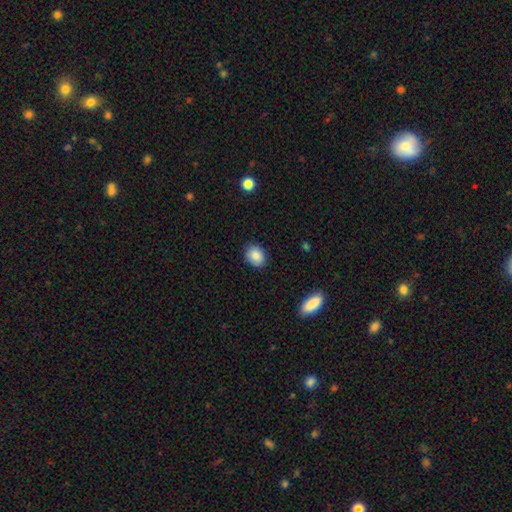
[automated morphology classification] A smooth galaxy with no disk features (86%) that is in between round and cigar-shaped (60%). Merging: none (86%).